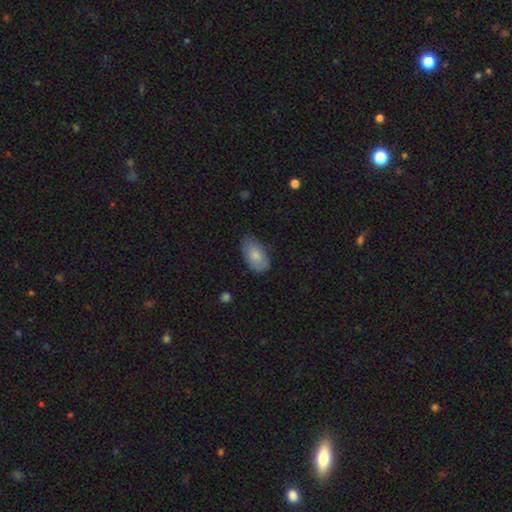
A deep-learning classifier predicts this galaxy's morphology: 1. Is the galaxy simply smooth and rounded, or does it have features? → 82% smooth, 12% featured or disk, 6% star or artifact.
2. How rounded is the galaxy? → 94% in between, 4% round, 2% cigar-shaped.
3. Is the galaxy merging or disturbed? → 76% none, 19% minor disturbance, 4% major disturbance, 1% merger.